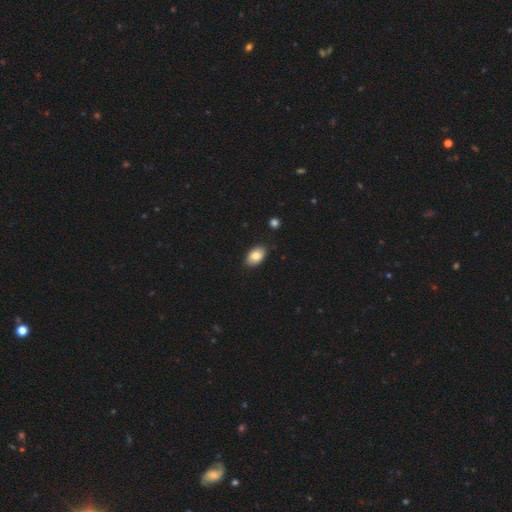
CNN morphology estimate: smooth 82%, featured or disk 10%, star or artifact 7%. Down the decision tree: how rounded — in between (91%); merging — none (86%).